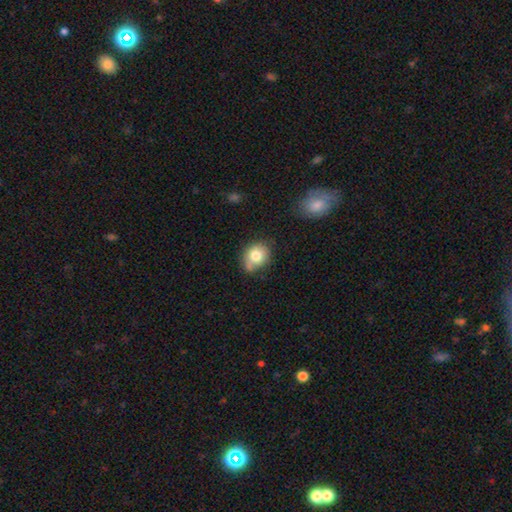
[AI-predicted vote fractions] Q: Smooth or featured?
A: smooth (77%); runner-up: featured or disk (14%)
Q: How rounded?
A: round (68%); runner-up: in between (31%)
Q: Merging?
A: none (57%); runner-up: minor disturbance (27%)